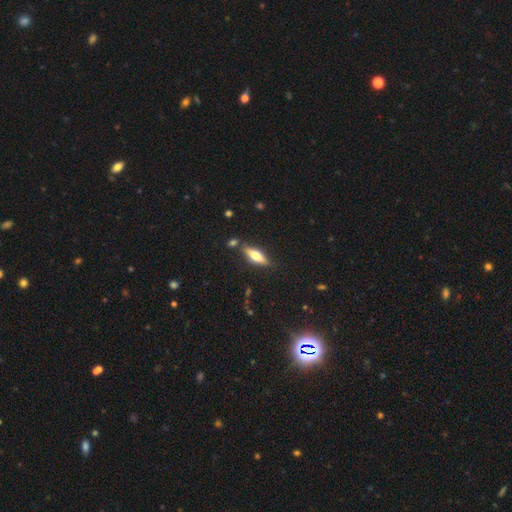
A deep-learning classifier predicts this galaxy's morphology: The model was most divided on "how rounded": cigar-shaped: 51%, in between: 47%, round: 2%. More confident: merging — none (80%); smooth or featured — smooth (53%).